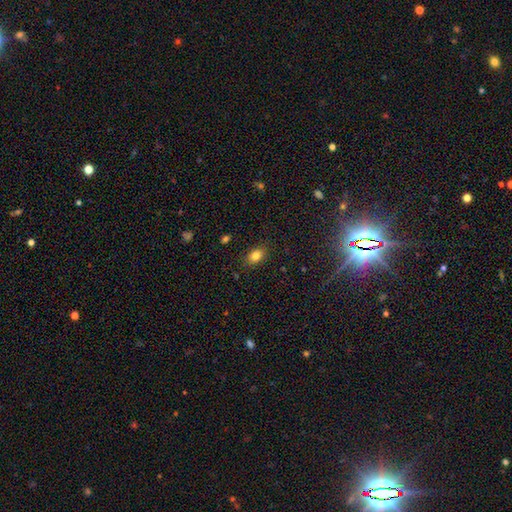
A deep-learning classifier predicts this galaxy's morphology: Smooth or featured: smooth — 83% (star or artifact — 10%)
How rounded: in between — 78% (round — 20%)
Merging: none — 85% (minor disturbance — 11%)